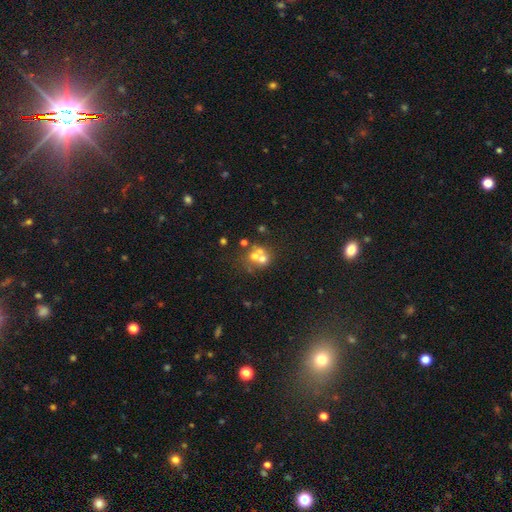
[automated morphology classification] A smooth galaxy with no disk features (50%) that is round (78%).

Vote fractions:
- Smooth or featured? smooth: 50% / featured or disk: 32% / star or artifact: 18%
- How rounded? round: 78% / in between: 21% / cigar-shaped: 1%
- Merging? merger: 52% / none: 34% / minor disturbance: 8% / major disturbance: 6%